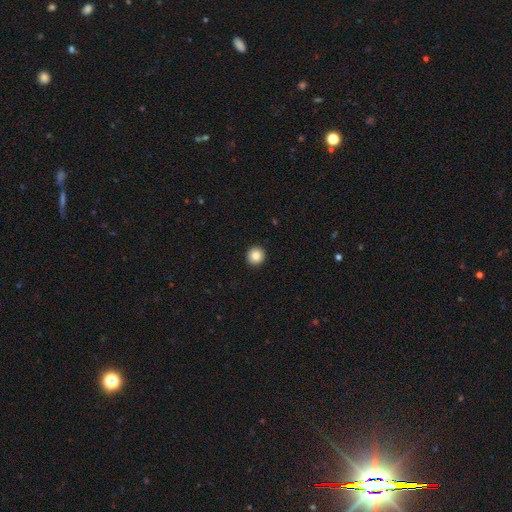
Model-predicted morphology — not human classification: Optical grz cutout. It shows a smooth galaxy with no disk features (87%) that is round (94%). Merging: none (93%).